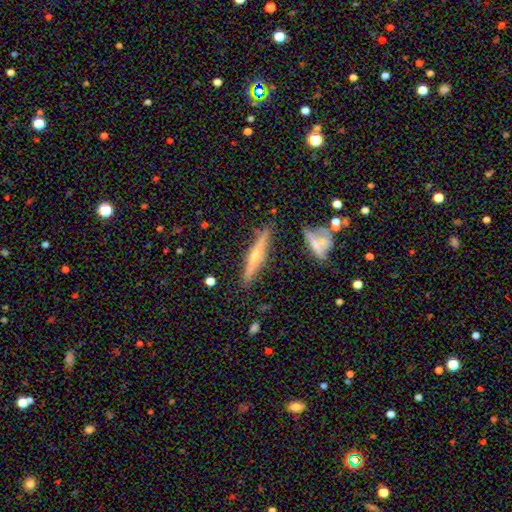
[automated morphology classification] Smooth or featured? Predicted: featured or disk (p=0.68). Edge-on disk? Predicted: yes (p=0.96). Edge-on bulge? Predicted: rounded (p=0.86). Merging? Predicted: none (p=0.84).